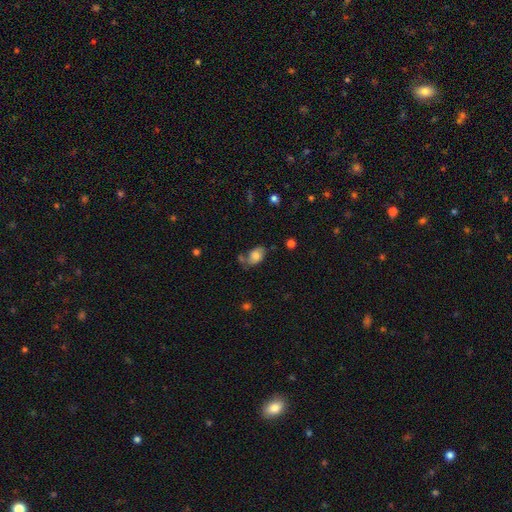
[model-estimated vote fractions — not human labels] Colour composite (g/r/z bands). It shows a smooth galaxy with no disk features (64%) that is in between round and cigar-shaped (88%). Merging: none (47%).